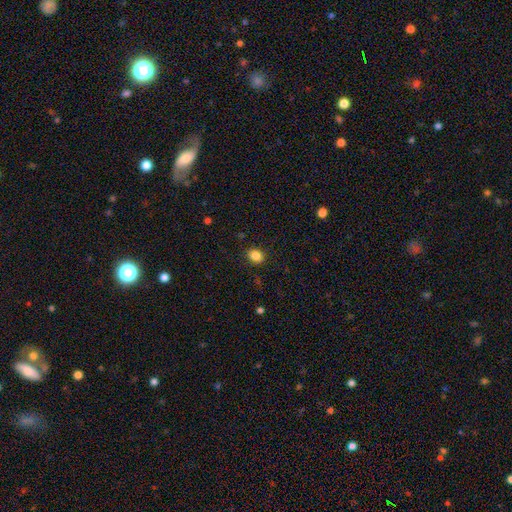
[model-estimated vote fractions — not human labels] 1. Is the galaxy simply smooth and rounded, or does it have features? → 85% smooth, 11% star or artifact, 4% featured or disk.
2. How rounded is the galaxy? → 52% round, 47% in between, 1% cigar-shaped.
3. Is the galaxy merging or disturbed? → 88% none, 8% minor disturbance, 2% major disturbance, 1% merger.